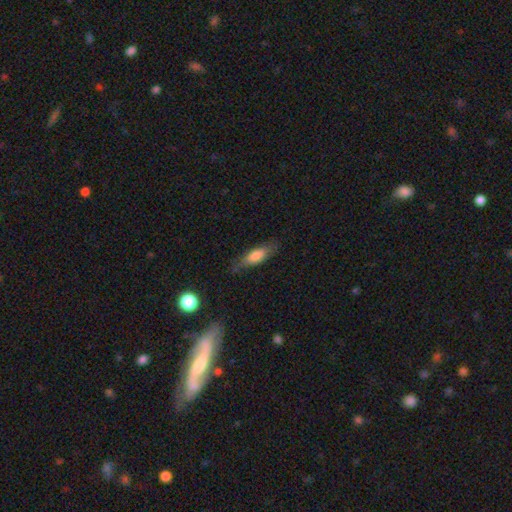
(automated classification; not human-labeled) Q: Smooth or featured?
A: smooth (71%); runner-up: featured or disk (22%)
Q: How rounded?
A: in between (56%); runner-up: cigar-shaped (42%)
Q: Merging?
A: none (72%); runner-up: minor disturbance (20%)